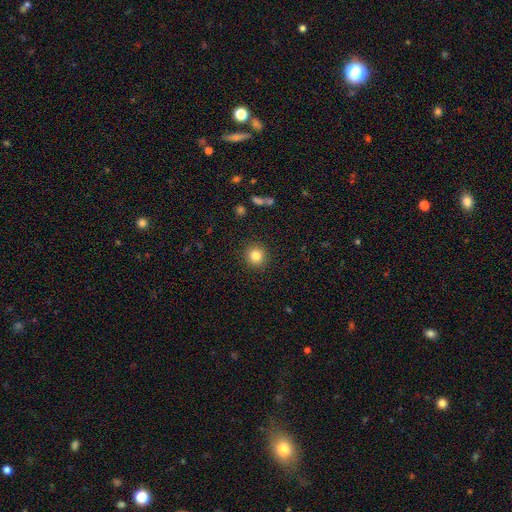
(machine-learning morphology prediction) Smooth or featured: smooth — 83% (star or artifact — 11%)
How rounded: round — 93% (in between — 6%)
Merging: none — 91% (minor disturbance — 6%)